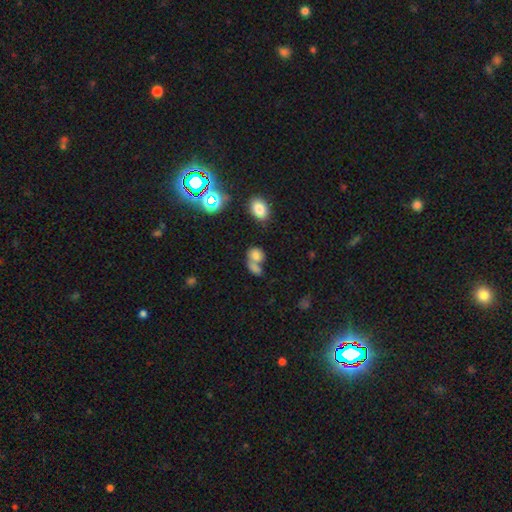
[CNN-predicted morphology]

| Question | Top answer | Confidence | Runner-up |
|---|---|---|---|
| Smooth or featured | smooth | 74% | star or artifact (15%) |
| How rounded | in between | 56% | round (42%) |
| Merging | merger | 59% | none (27%) |